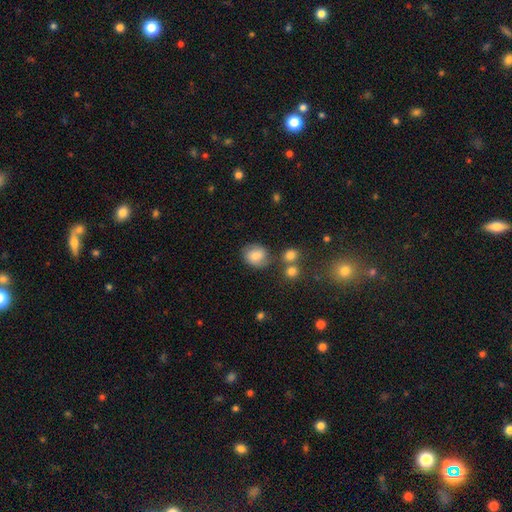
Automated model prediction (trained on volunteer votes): The model was most divided on "how rounded": round: 70%, in between: 29%, cigar-shaped: 1%. More confident: smooth or featured — smooth (77%); merging — none (72%).